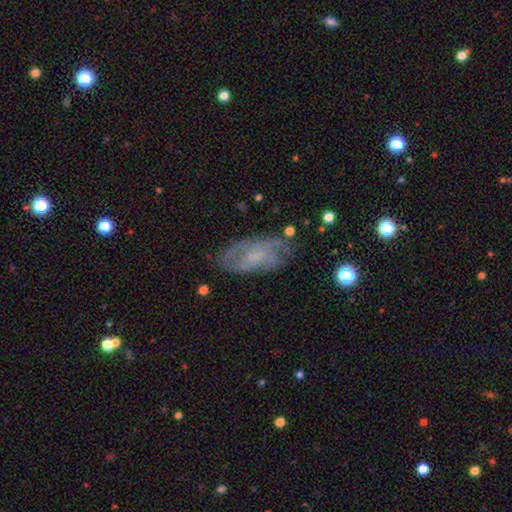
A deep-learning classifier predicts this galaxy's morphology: type=featured or disk (57%); edge-on=no (91%); bar=no (62%); spiral arms=yes (65%); bulge=none (50%); merging=none (61%).